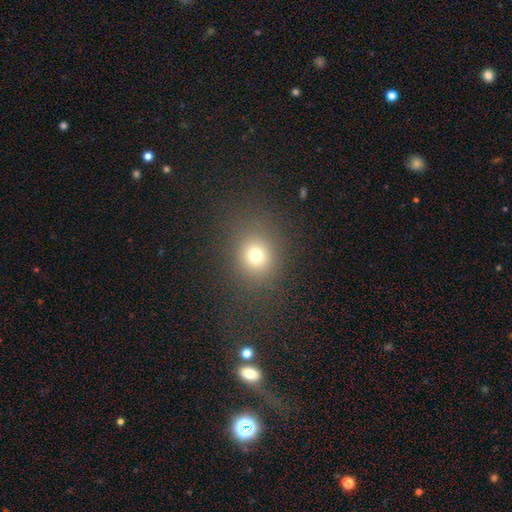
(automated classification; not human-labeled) The model was most divided on "how rounded": round: 76%, in between: 23%, cigar-shaped: 1%. More confident: merging — none (83%); smooth or featured — smooth (73%).